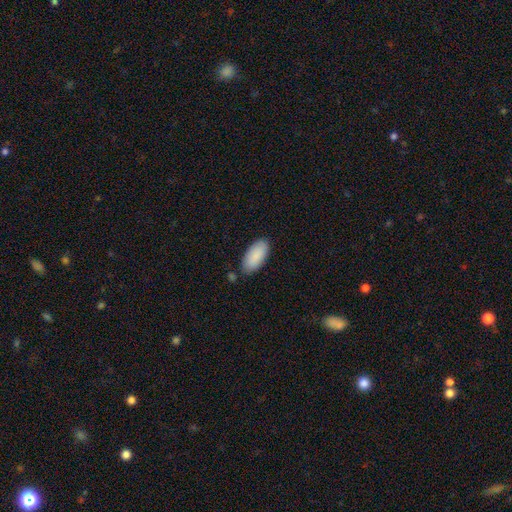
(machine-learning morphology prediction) smooth-or-featured: smooth: 90% | star or artifact: 6% | featured or disk: 5%
  how-rounded: in between: 92% | cigar-shaped: 6% | round: 2%
  merging: none: 82% | minor disturbance: 12% | merger: 3% | major disturbance: 3%